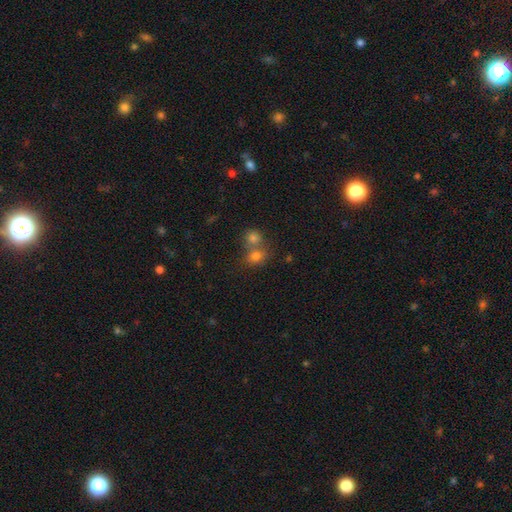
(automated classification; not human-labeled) Smooth or featured?
  - smooth: 76% *
  - star or artifact: 15%
  - featured or disk: 10%
How rounded?
  - round: 67% *
  - in between: 32%
  - cigar-shaped: 1%
Merging?
  - merger: 51% *
  - none: 39%
  - minor disturbance: 7%
  - major disturbance: 3%